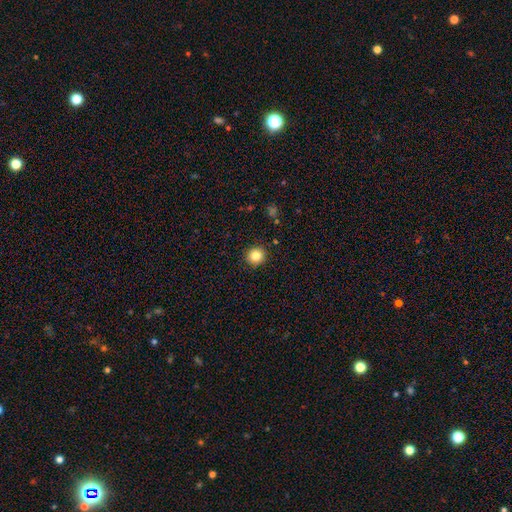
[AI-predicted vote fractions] Overall: smooth (84%). How rounded: round (92%). Merging: none (92%).